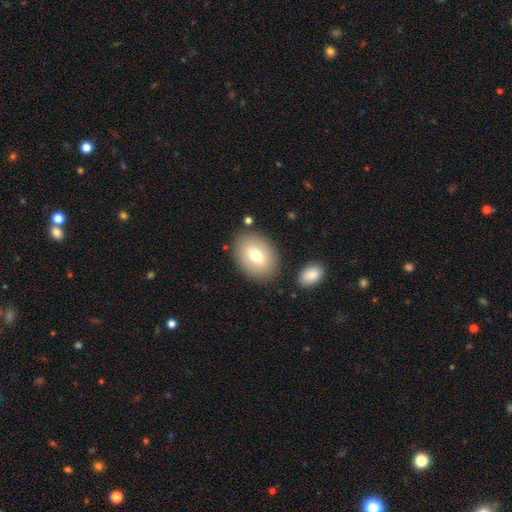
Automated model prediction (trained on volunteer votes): Smooth or featured? Predicted: smooth (p=0.69). How rounded? Predicted: in between (p=0.81). Merging? Predicted: none (p=0.82).